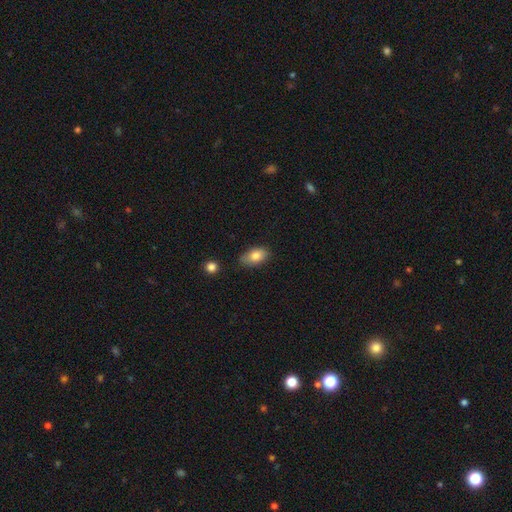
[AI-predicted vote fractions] Smooth or featured?
  - smooth: 81% *
  - featured or disk: 11%
  - star or artifact: 8%
How rounded?
  - in between: 88% *
  - round: 9%
  - cigar-shaped: 2%
Merging?
  - none: 72% *
  - minor disturbance: 21%
  - major disturbance: 4%
  - merger: 3%